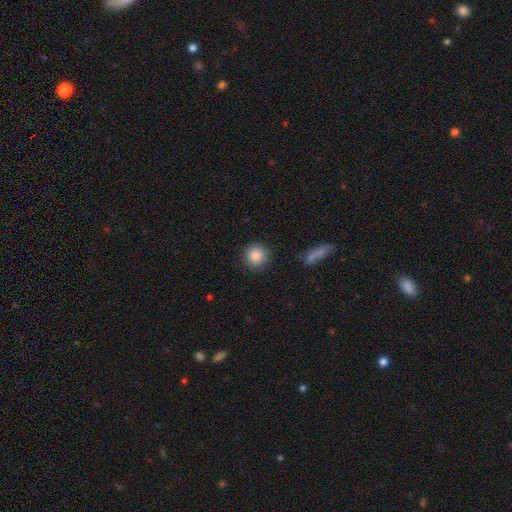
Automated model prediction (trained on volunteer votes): A smooth galaxy with no disk features (88%) that is round (93%). Merging: none (88%).